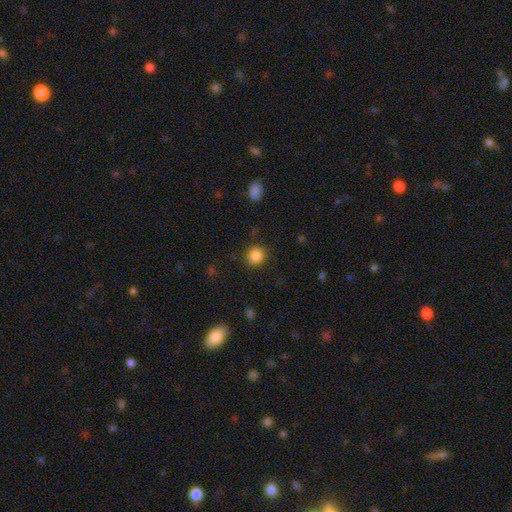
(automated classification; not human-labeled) Morphology: type=smooth (86%); roundness=round (90%); merging=none (87%).